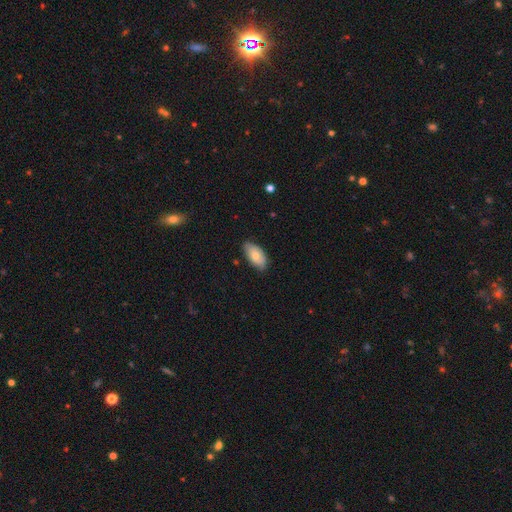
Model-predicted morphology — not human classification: This appears to be a smooth galaxy with no disk features (72%) that is in between round and cigar-shaped (94%). Merging: none (78%).